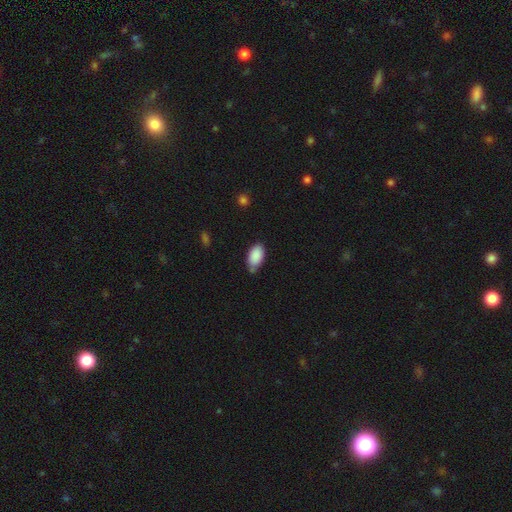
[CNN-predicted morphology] Smooth or featured? smooth (89%)
How rounded? in between (94%)
Merging? none (63%)